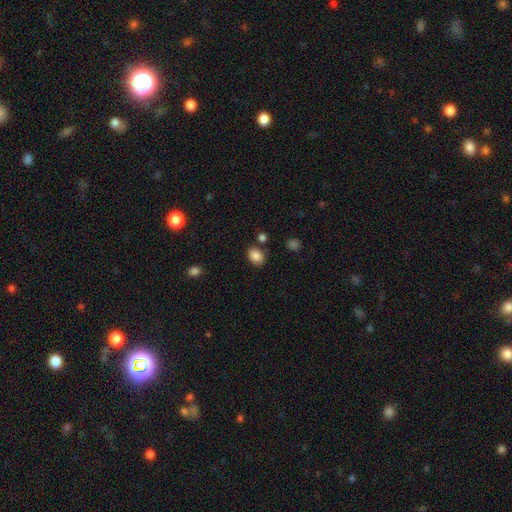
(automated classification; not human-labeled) Morphology: type=smooth (85%); roundness=in between (67%); merging=none (79%).